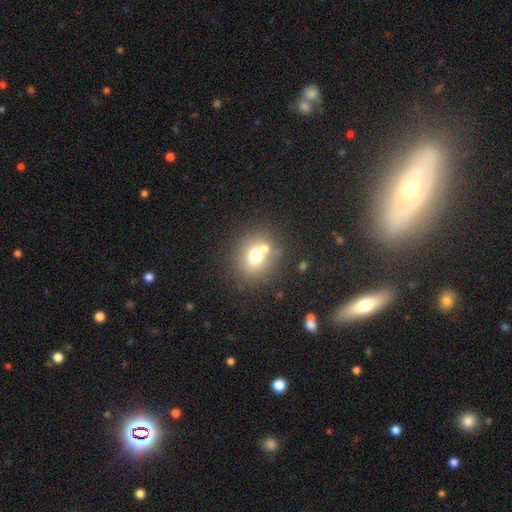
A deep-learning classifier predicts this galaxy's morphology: This is likely a smooth galaxy (68%). How rounded: likely round (75%). Merging: possibly none (58%).